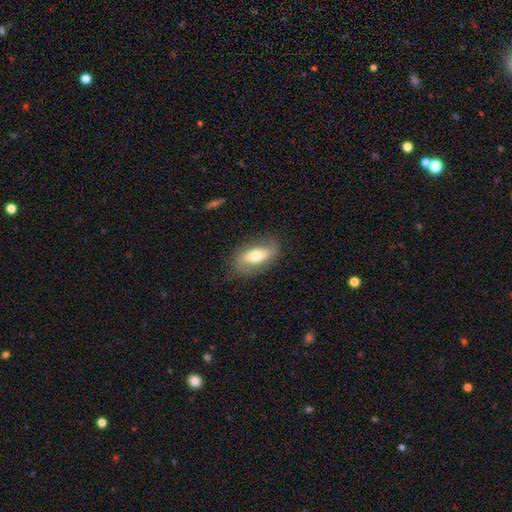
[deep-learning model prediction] Smooth or featured? Predicted: smooth (p=0.55). How rounded? Predicted: in between (p=0.85). Merging? Predicted: none (p=0.77).